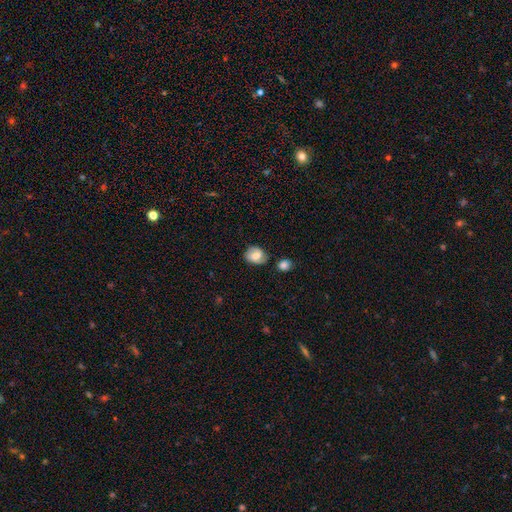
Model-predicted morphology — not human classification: type=smooth (51%); roundness=in between (50%); merging=none (68%).